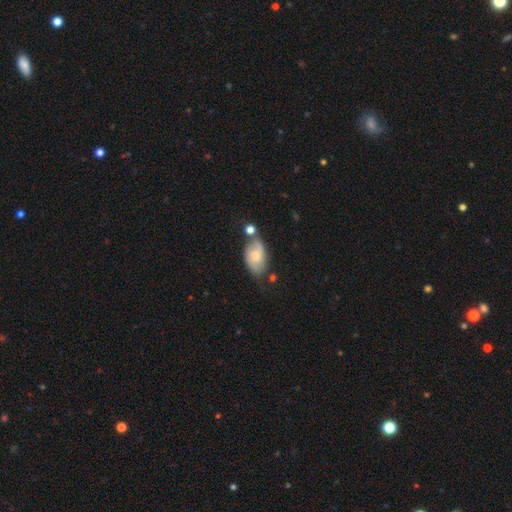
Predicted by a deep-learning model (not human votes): Smooth or featured? Predicted: smooth (p=0.55). How rounded? Predicted: in between (p=0.89). Merging? Predicted: none (p=0.51).